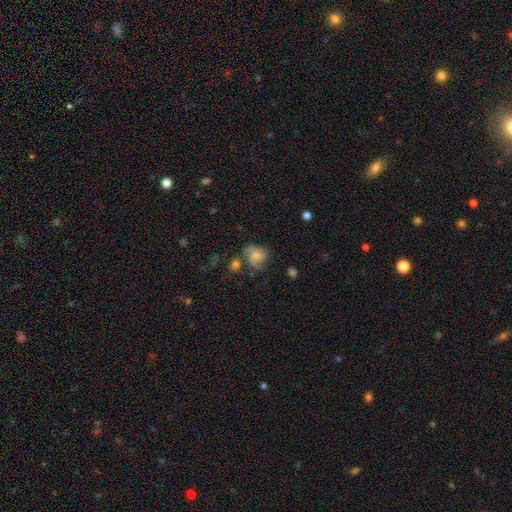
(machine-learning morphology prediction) smooth 46%, featured or disk 44%, star or artifact 10%. Down the decision tree: merging — none (46%).